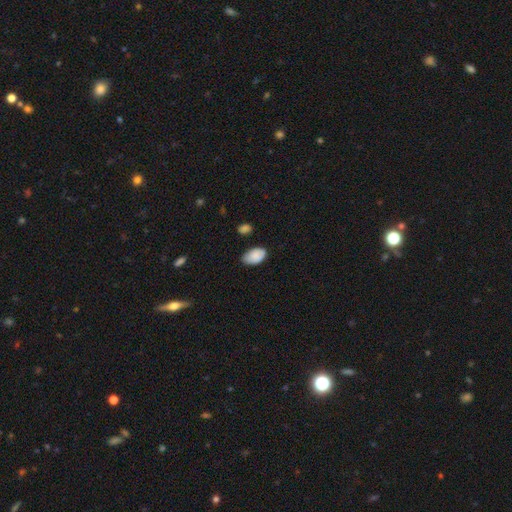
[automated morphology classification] Smooth or featured? smooth (84%)
How rounded? in between (93%)
Merging? none (66%)